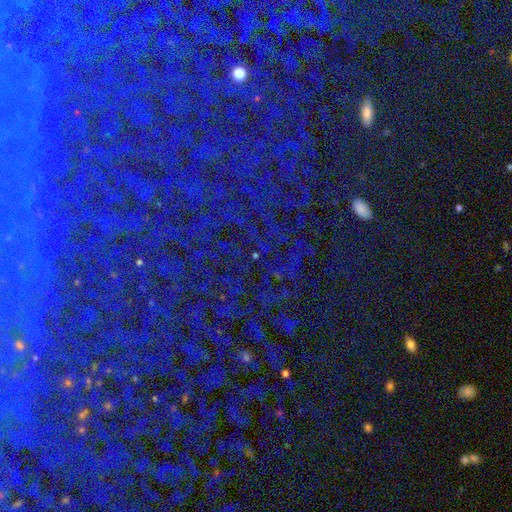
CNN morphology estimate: A star or artifact, not a galaxy (76%).